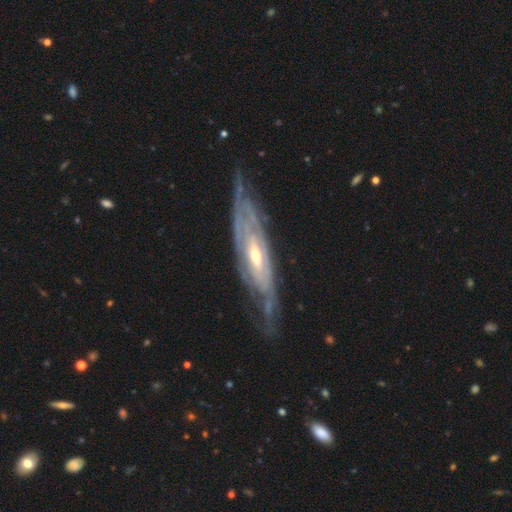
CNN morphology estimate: The model was most divided on "bulge size": moderate: 53%, small: 41%, large: 3%, none: 1%, dominant: 1%. Remaining: smooth or featured — featured or disk (86%); spiral arms — yes (85%); edge-on disk — no (72%); spiral winding — tight (65%); merging — none (62%); spiral arm count — can't tell (54%); bar — no (50%).